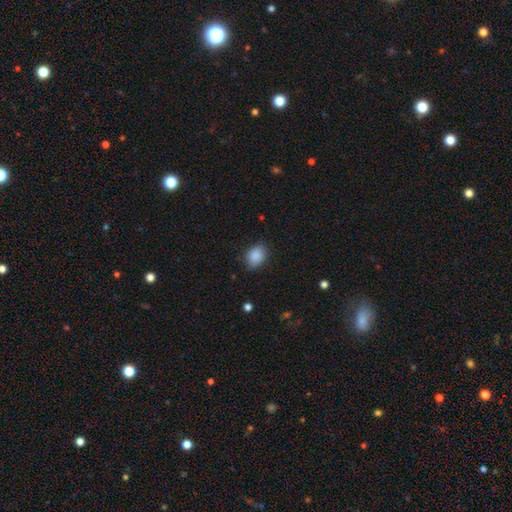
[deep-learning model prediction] The model was most divided on "how rounded": in between: 66%, round: 33%, cigar-shaped: 1%. More confident: smooth or featured — smooth (88%); merging — none (79%).